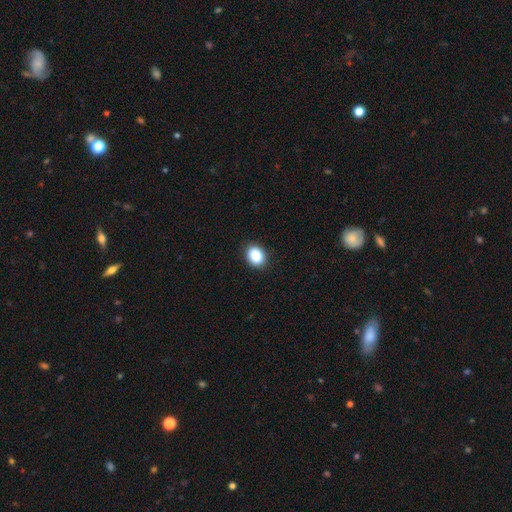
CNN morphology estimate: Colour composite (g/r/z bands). It shows a smooth galaxy with no disk features (89%) that is in between round and cigar-shaped (65%). Merging: none (89%).